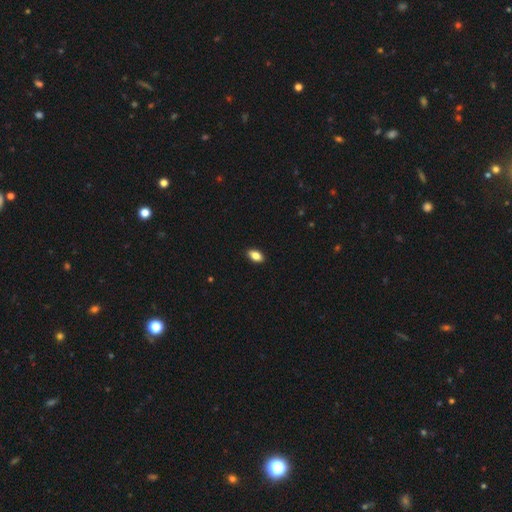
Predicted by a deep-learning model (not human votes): Smooth or featured? Predicted: smooth (p=0.85). How rounded? Predicted: in between (p=0.90). Merging? Predicted: none (p=0.90).